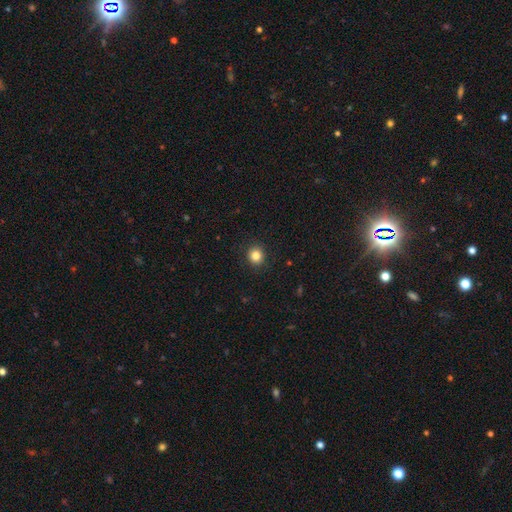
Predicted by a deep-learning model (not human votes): This appears to be a smooth galaxy with no disk features (84%) that is round (87%). Merging: none (91%).